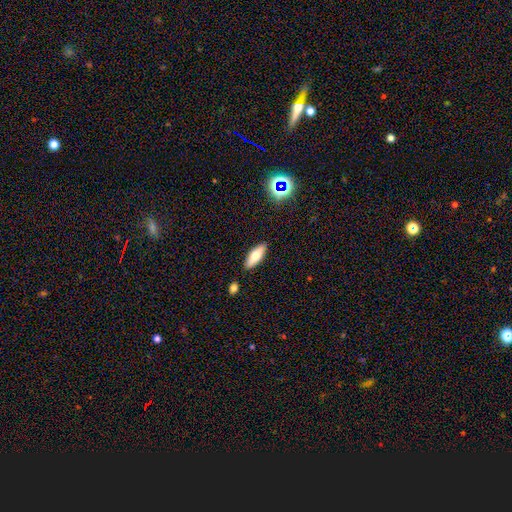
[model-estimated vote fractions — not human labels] Smooth or featured?
  - smooth: 68% *
  - featured or disk: 24%
  - star or artifact: 8%
How rounded?
  - in between: 64% *
  - cigar-shaped: 33%
  - round: 2%
Merging?
  - none: 88% *
  - minor disturbance: 9%
  - major disturbance: 2%
  - merger: 2%